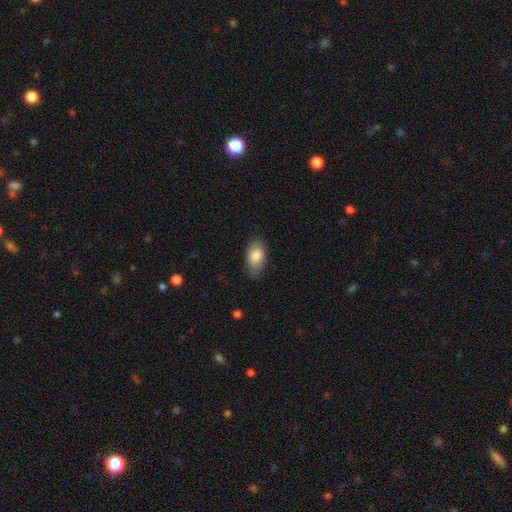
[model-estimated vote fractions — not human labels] smooth-or-featured: smooth: 83% | featured or disk: 11% | star or artifact: 6%
  how-rounded: in between: 93% | round: 5% | cigar-shaped: 3%
  merging: none: 78% | minor disturbance: 17% | major disturbance: 4% | merger: 1%